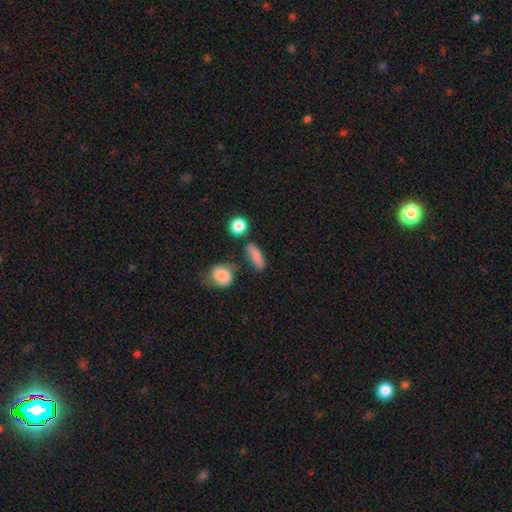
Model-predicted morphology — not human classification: Smooth or featured? smooth (78%)
How rounded? cigar-shaped (45%)
Merging? none (66%)